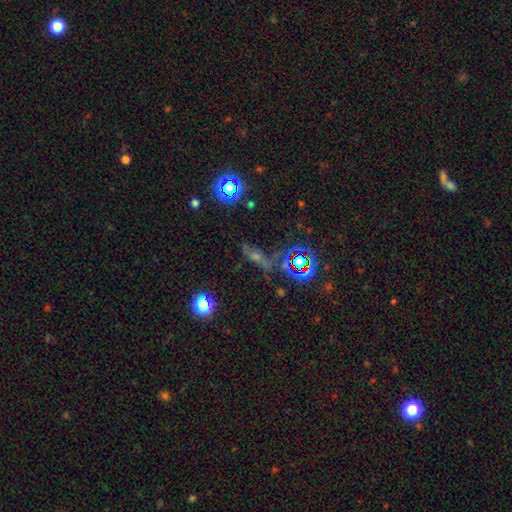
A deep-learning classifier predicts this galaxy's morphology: Smooth or featured? Predicted: star or artifact (p=0.46).